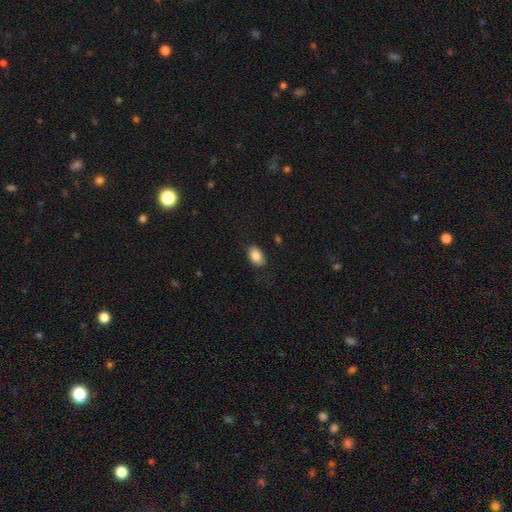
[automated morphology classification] type=smooth (86%); roundness=in between (86%); merging=none (83%).